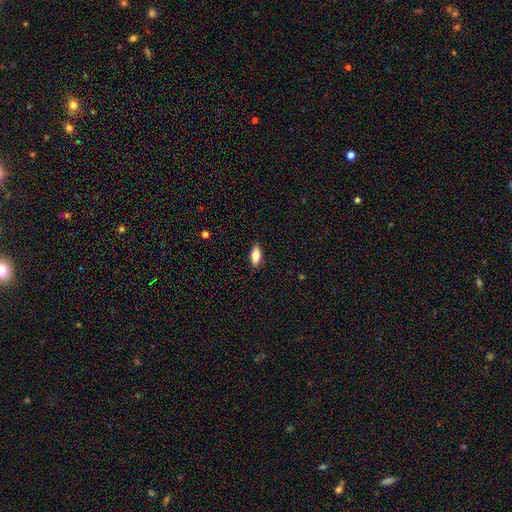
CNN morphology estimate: Smooth or featured: smooth — 71% (featured or disk — 22%)
How rounded: in between — 81% (cigar-shaped — 16%)
Merging: none — 88% (minor disturbance — 9%)